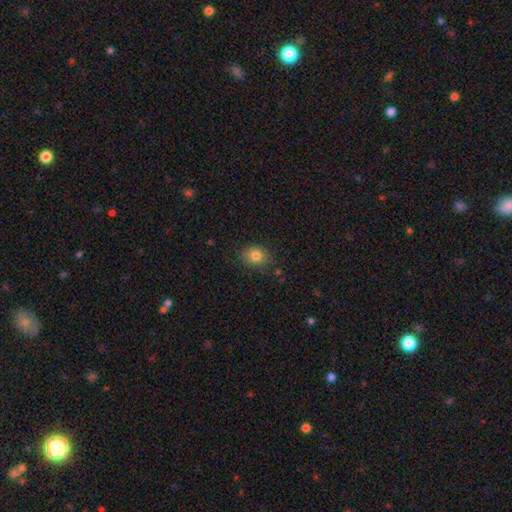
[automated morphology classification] Smooth or featured?
  - smooth: 81% *
  - star or artifact: 10%
  - featured or disk: 9%
How rounded?
  - in between: 56% *
  - round: 43%
  - cigar-shaped: 1%
Merging?
  - none: 81% *
  - minor disturbance: 15%
  - major disturbance: 3%
  - merger: 1%